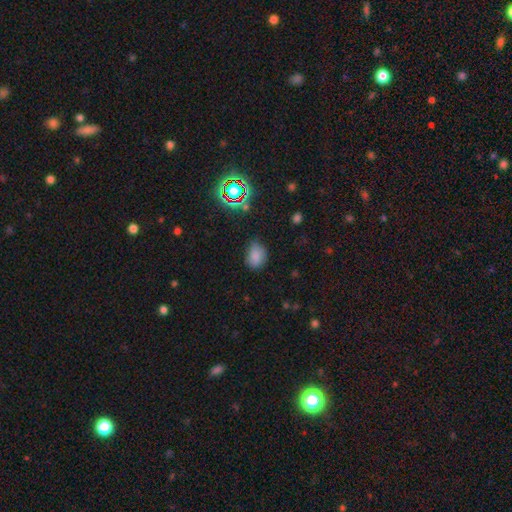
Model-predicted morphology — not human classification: smooth_or_featured: smooth (p=0.77) [alt: star or artifact p=0.15]
how_rounded: in between (p=0.66) [alt: round p=0.33]
merging: none (p=0.66) [alt: minor disturbance p=0.26]